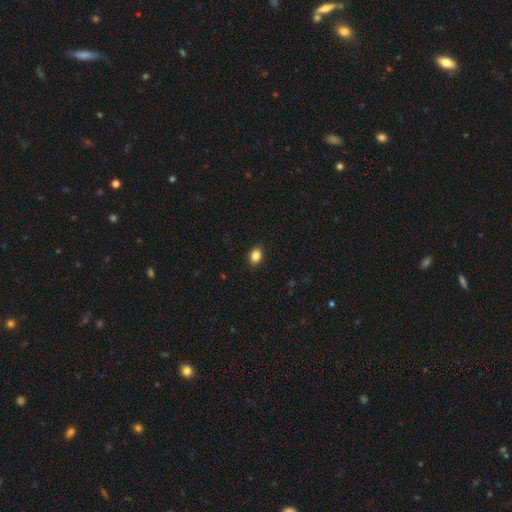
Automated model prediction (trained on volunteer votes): Overall: smooth (86%). How rounded: in between (70%). Merging: none (90%).